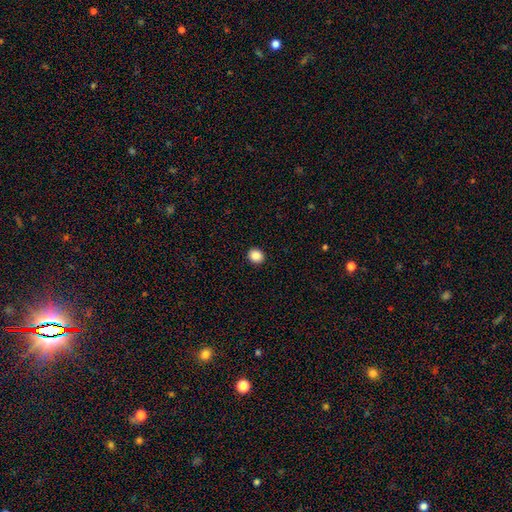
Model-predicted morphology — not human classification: Smooth or featured?
  - smooth: 88% *
  - star or artifact: 10%
  - featured or disk: 3%
How rounded?
  - round: 82% *
  - in between: 17%
  - cigar-shaped: 1%
Merging?
  - none: 92% *
  - minor disturbance: 5%
  - major disturbance: 2%
  - merger: 1%